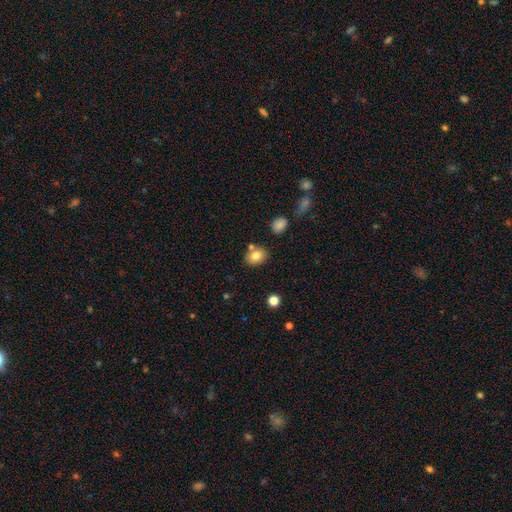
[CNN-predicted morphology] Overall: smooth (80%). How rounded: in between (61%; round 38%). Merging: none (73%).